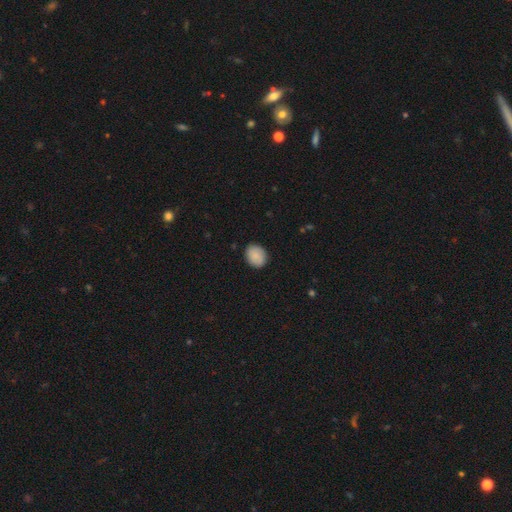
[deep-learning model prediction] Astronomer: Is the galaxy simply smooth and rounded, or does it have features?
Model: smooth — 87%.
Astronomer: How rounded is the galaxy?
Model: round — 58% (runner-up: in between, 41%).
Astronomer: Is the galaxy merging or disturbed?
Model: none — 87%.